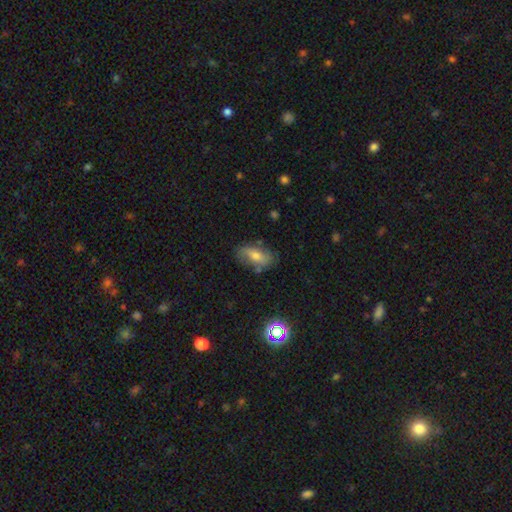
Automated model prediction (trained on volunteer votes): Morphology: type=smooth (60%); roundness=in between (85%); merging=none (73%).